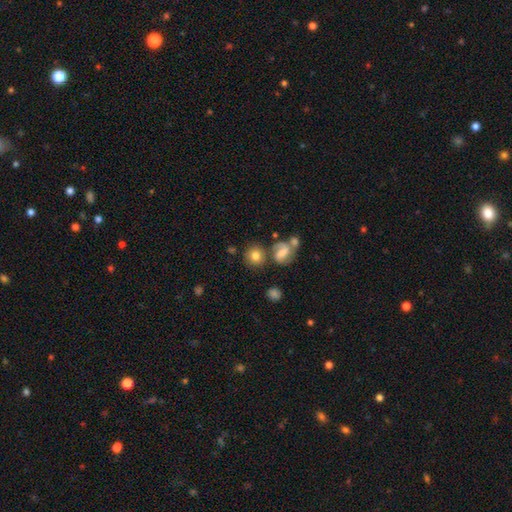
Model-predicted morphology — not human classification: Q: Smooth or featured?
A: smooth (73%); runner-up: featured or disk (17%)
Q: How rounded?
A: round (84%); runner-up: in between (15%)
Q: Merging?
A: none (65%); runner-up: merger (17%)